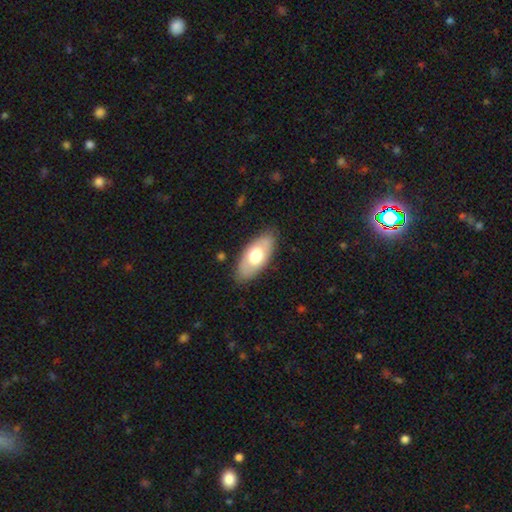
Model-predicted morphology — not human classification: smooth-or-featured: smooth: 60% | featured or disk: 35% | star or artifact: 5%
  how-rounded: in between: 90% | cigar-shaped: 7% | round: 3%
  merging: none: 82% | minor disturbance: 13% | major disturbance: 3% | merger: 1%